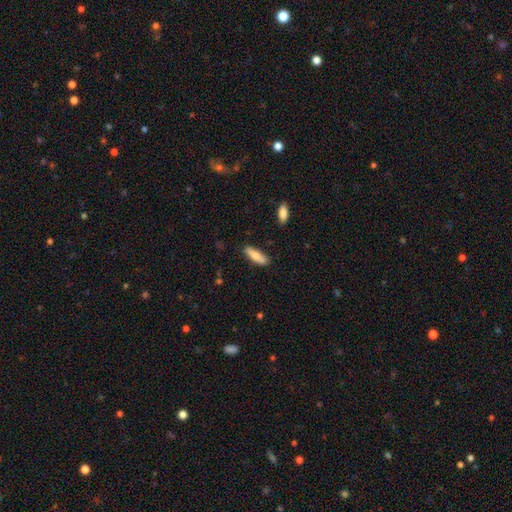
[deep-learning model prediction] The model was most divided on "how rounded": cigar-shaped: 56%, in between: 42%, round: 2%. More confident: merging — none (85%); smooth or featured — smooth (77%).